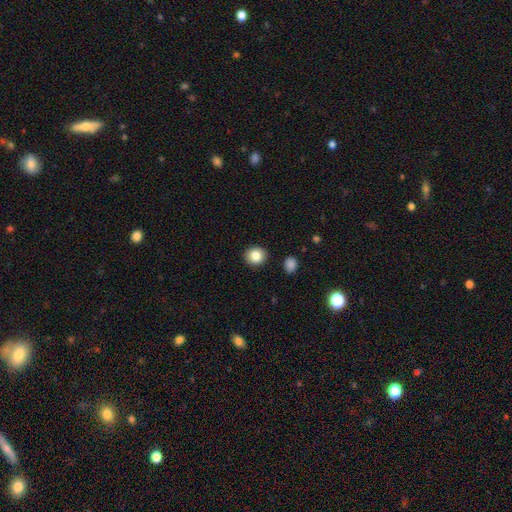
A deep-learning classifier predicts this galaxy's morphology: Q: Smooth or featured?
A: smooth (83%); runner-up: star or artifact (9%)
Q: How rounded?
A: round (80%); runner-up: in between (19%)
Q: Merging?
A: none (90%); runner-up: minor disturbance (6%)